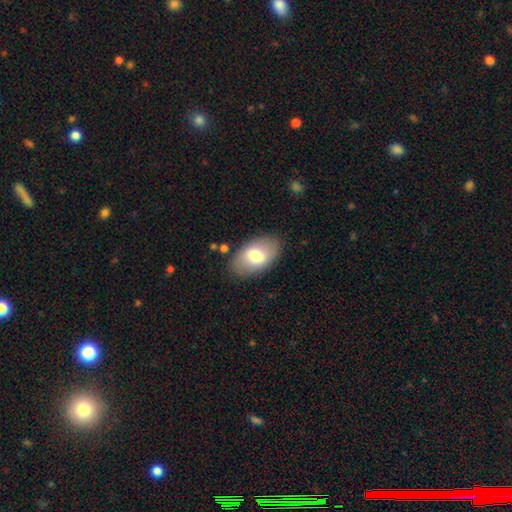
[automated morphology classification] Smooth or featured? smooth (71%)
How rounded? in between (93%)
Merging? none (84%)